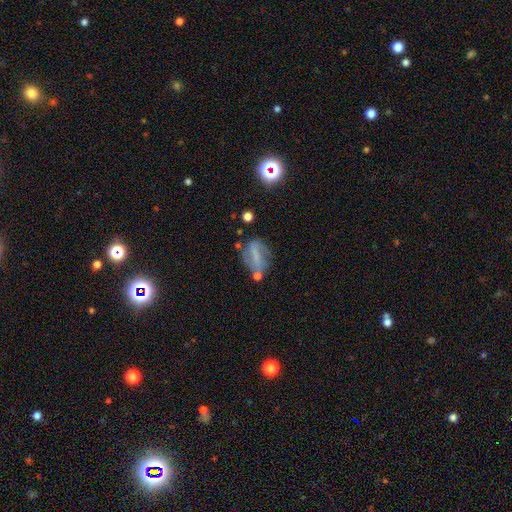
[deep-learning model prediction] Smooth or featured?
  - featured or disk: 47% *
  - smooth: 40%
  - star or artifact: 13%
Merging?
  - none: 54% *
  - minor disturbance: 24%
  - major disturbance: 12%
  - merger: 11%